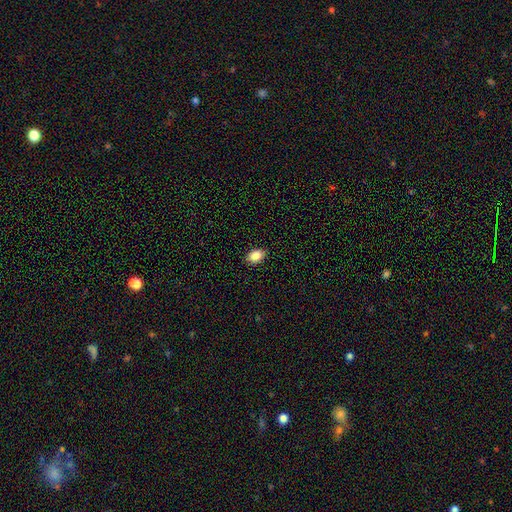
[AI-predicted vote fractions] Smooth or featured? Predicted: smooth (p=0.86). How rounded? Predicted: in between (p=0.83). Merging? Predicted: none (p=0.89).